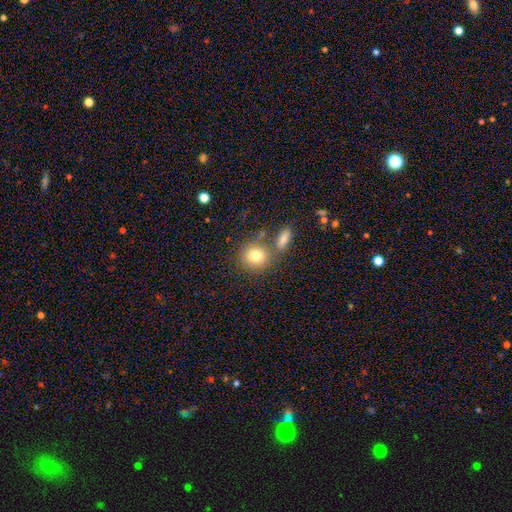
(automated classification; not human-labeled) Smooth or featured?
  - smooth: 79% *
  - featured or disk: 11%
  - star or artifact: 10%
How rounded?
  - round: 79% *
  - in between: 20%
  - cigar-shaped: 1%
Merging?
  - none: 64% *
  - merger: 21%
  - minor disturbance: 11%
  - major disturbance: 4%